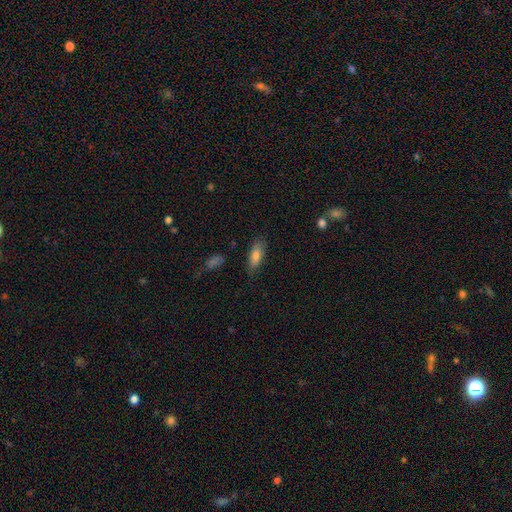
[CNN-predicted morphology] smooth 77%, featured or disk 16%, star or artifact 8%. Down the decision tree: how rounded — in between (71%); merging — none (76%).